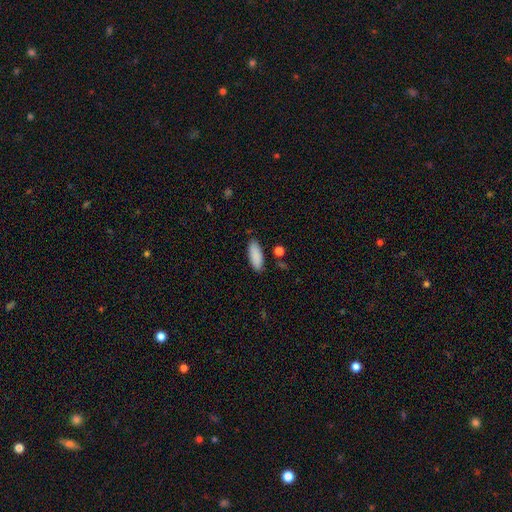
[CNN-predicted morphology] This appears to be a smooth galaxy with no disk features (89%) that is in between round and cigar-shaped (75%). Merging: none (84%).